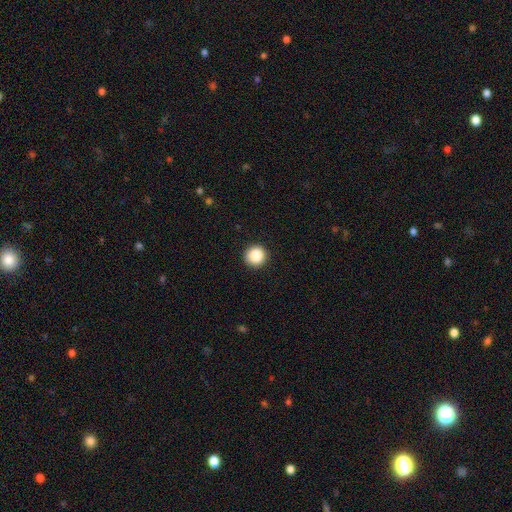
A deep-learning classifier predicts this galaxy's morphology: Smooth or featured? smooth (87%)
How rounded? round (95%)
Merging? none (92%)